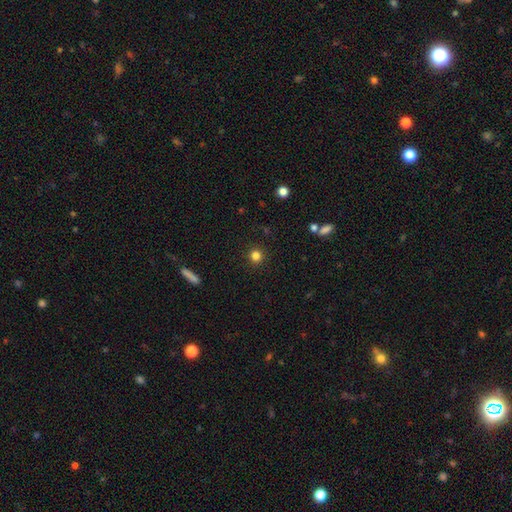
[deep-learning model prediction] The model was most divided on "smooth or featured": smooth: 81%, star or artifact: 13%, featured or disk: 5%. More confident: how rounded — round (94%); merging — none (92%).